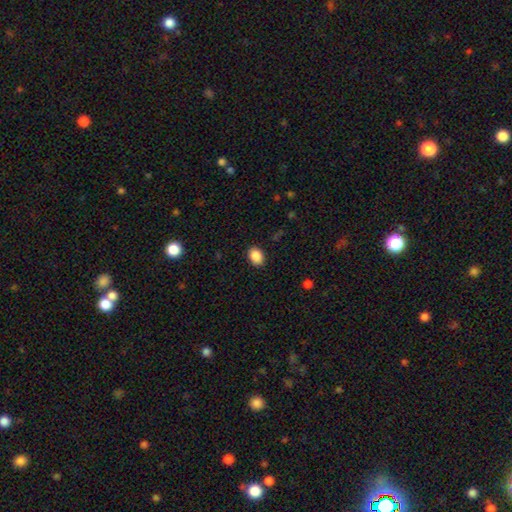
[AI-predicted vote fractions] Smooth or featured? smooth (88%)
How rounded? in between (68%)
Merging? none (89%)